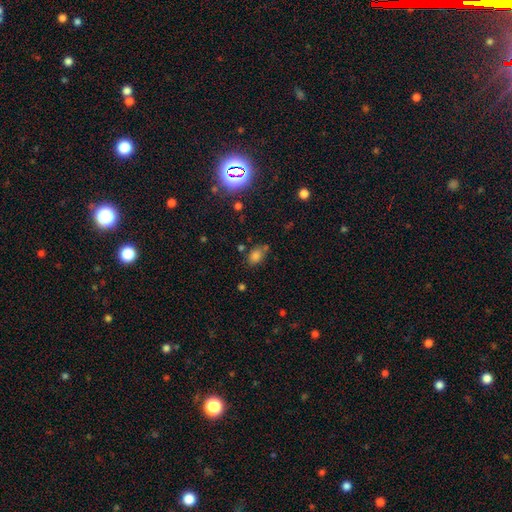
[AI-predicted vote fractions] Overall: smooth (77%). How rounded: in between (74%). Merging: none (67%).